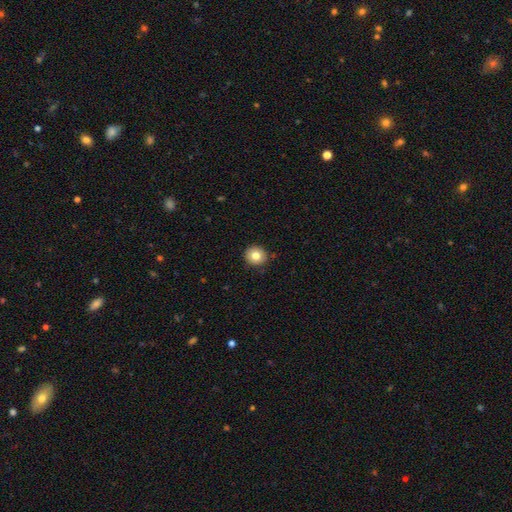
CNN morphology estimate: type=smooth (81%); roundness=round (90%); merging=none (90%).